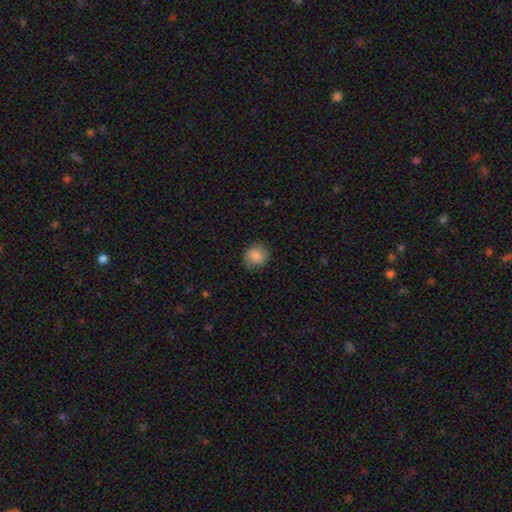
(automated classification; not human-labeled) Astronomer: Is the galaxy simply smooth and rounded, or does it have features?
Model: smooth — 83%.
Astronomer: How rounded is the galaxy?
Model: round — 85%.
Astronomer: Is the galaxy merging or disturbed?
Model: none — 81%.